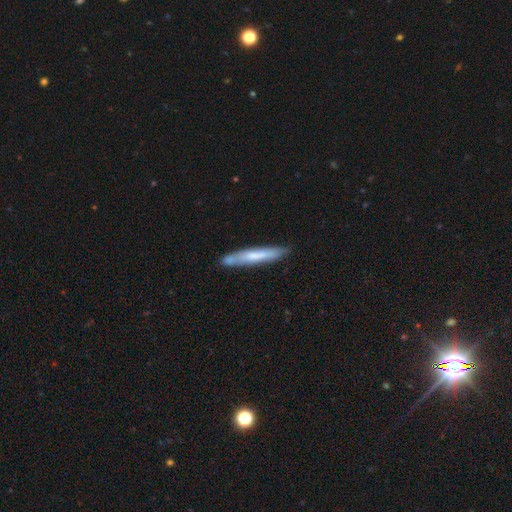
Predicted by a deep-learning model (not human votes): The model was most divided on "smooth or featured": smooth: 56%, featured or disk: 38%, star or artifact: 6%. More confident: how rounded — cigar-shaped (94%); merging — none (76%).